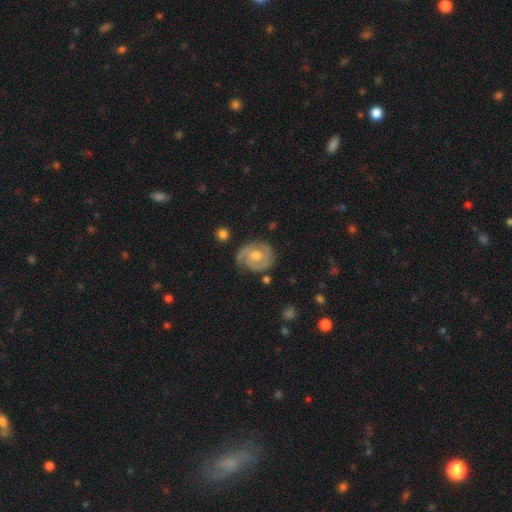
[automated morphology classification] Smooth or featured? Predicted: featured or disk (p=0.74). Edge-on disk? Predicted: no (p=0.97). Bar? Predicted: no (p=0.70). Spiral arms? Predicted: yes (p=0.89). Spiral winding? Predicted: tight (p=0.57). Spiral arm count? Predicted: 2 (p=0.62). Bulge size? Predicted: moderate (p=0.72). Merging? Predicted: none (p=0.72).